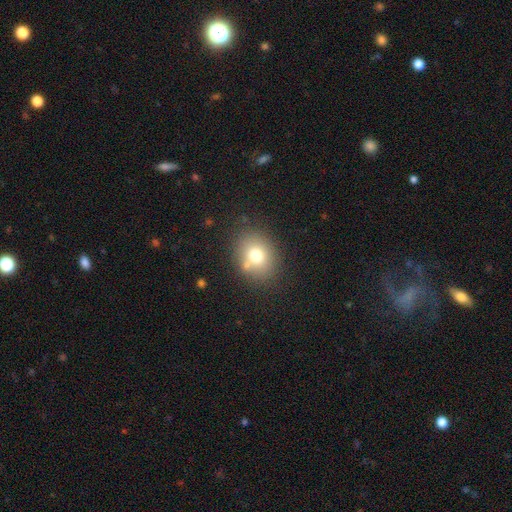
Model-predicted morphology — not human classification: Smooth or featured? smooth (73%)
How rounded? round (58%)
Merging? none (75%)